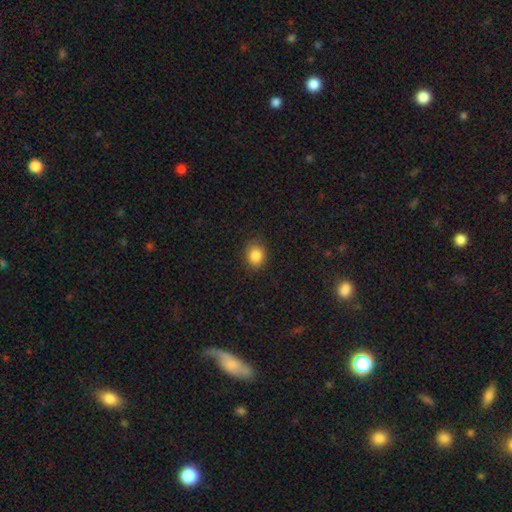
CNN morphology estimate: The model was most divided on "how rounded": round: 62%, in between: 37%, cigar-shaped: 1%. More confident: smooth or featured — smooth (85%); merging — none (84%).